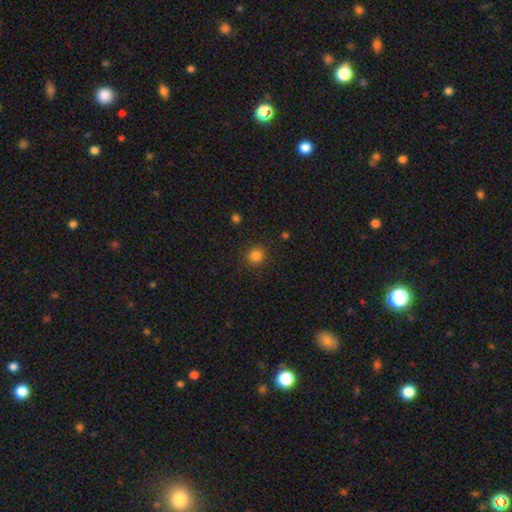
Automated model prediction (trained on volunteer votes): smooth_or_featured: smooth (p=0.83) [alt: star or artifact p=0.13]
how_rounded: round (p=0.91) [alt: in between p=0.09]
merging: none (p=0.87) [alt: minor disturbance p=0.09]